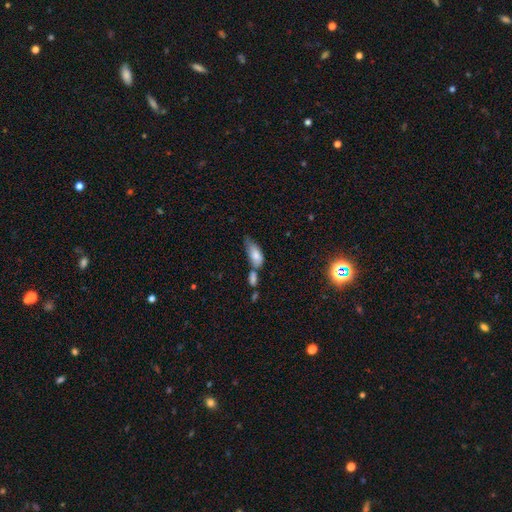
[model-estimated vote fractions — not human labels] This appears to be a smooth galaxy with no disk features (75%) that is in between round and cigar-shaped (83%). Merging: merger (42%).